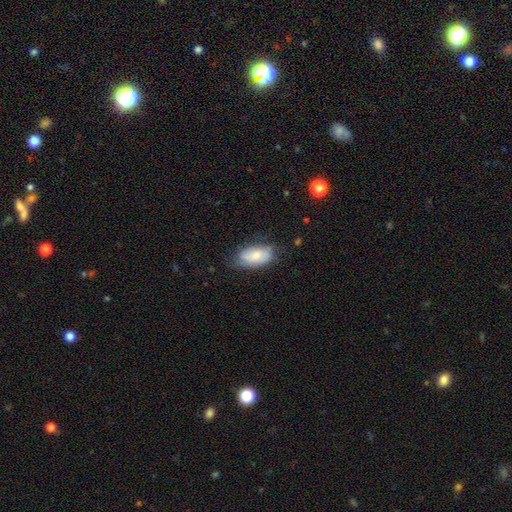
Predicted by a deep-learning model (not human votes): A smooth galaxy with no disk features (75%) that is in between round and cigar-shaped (93%). Merging: none (61%).